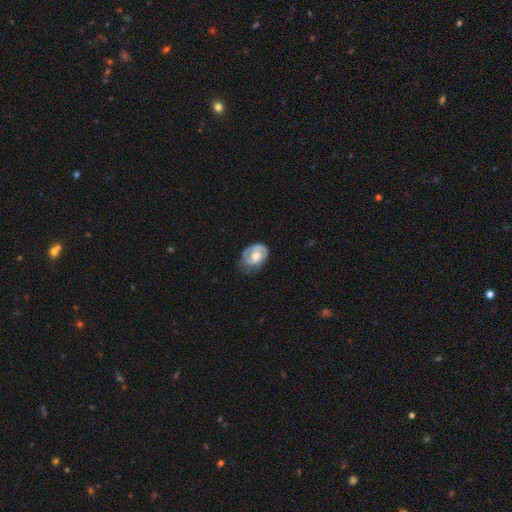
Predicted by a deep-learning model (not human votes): The model was most divided on "smooth or featured": featured or disk: 59%, smooth: 35%, star or artifact: 6%. More confident: edge-on disk — no (96%); spiral arms — yes (74%); bar — no (70%); bulge size — moderate (60%); merging — none (59%).